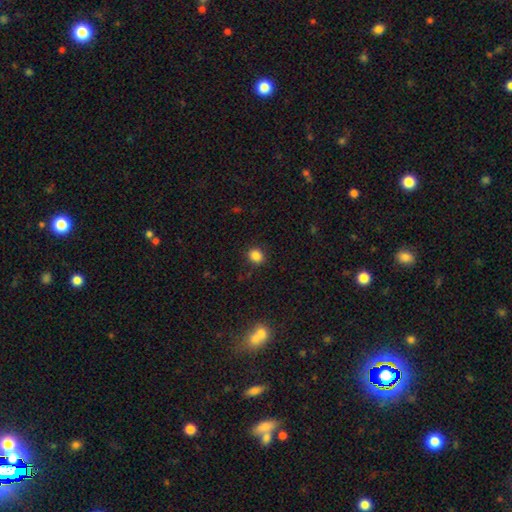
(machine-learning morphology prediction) Smooth or featured? Predicted: smooth (p=0.85). How rounded? Predicted: round (p=0.66). Merging? Predicted: none (p=0.88).